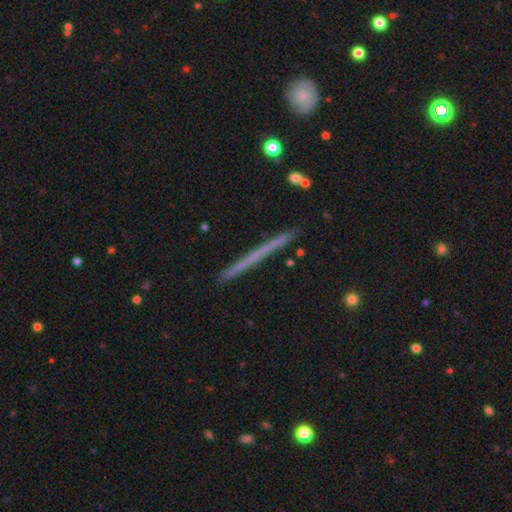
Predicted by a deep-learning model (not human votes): A featured or disk galaxy (54%) viewed edge-on (96%) with no central bulge (87%). Merging: none (90%).